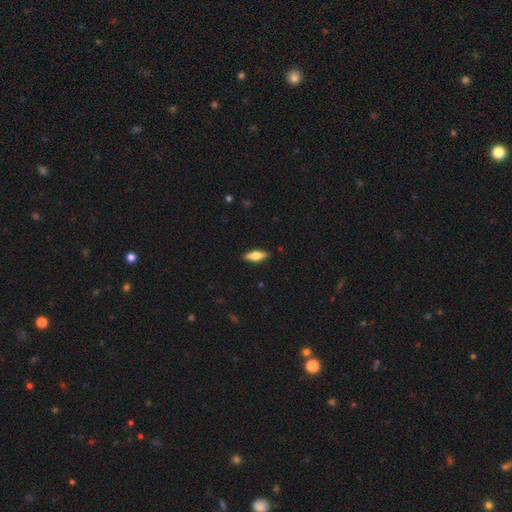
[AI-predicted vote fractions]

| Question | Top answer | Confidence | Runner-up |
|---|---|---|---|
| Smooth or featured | smooth | 61% | featured or disk (33%) |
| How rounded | in between | 64% | cigar-shaped (33%) |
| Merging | none | 89% | minor disturbance (8%) |